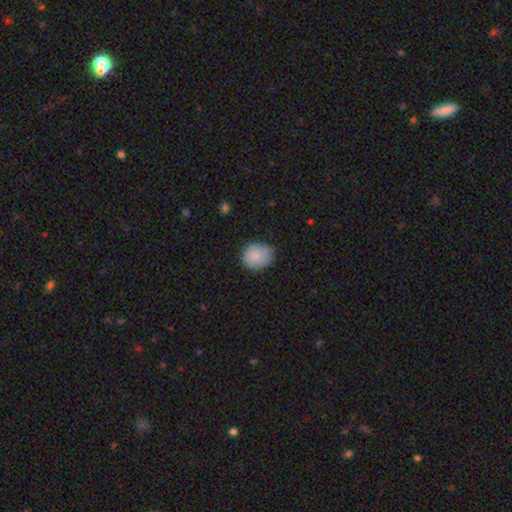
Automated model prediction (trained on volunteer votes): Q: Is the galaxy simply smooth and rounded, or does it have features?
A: smooth — 83%.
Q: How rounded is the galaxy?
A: round — 71%.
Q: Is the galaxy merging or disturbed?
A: none — 68%.